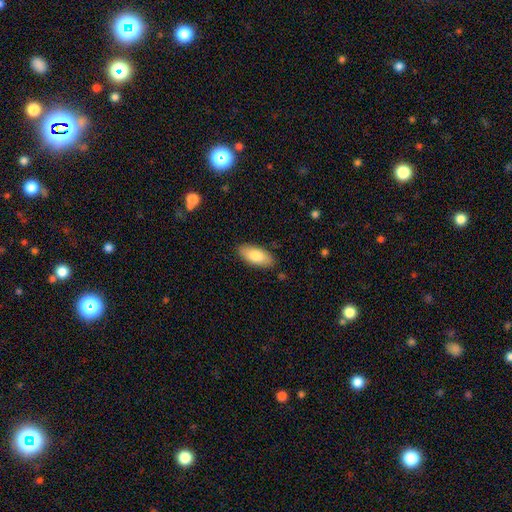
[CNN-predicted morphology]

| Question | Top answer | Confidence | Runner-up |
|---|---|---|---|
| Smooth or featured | smooth | 82% | featured or disk (12%) |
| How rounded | in between | 87% | cigar-shaped (11%) |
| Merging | none | 86% | minor disturbance (10%) |